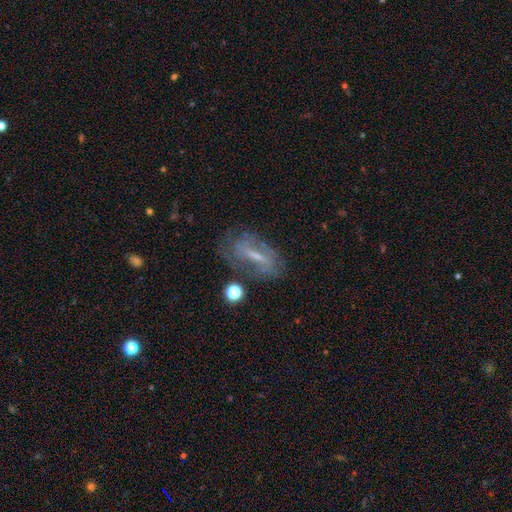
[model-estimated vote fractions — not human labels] Smooth or featured: featured or disk — 63% (smooth — 26%)
Edge-on disk: no — 84% (yes — 16%)
Bar: strong — 41% (weak — 39%)
Spiral arms: yes — 65% (no — 35%)
Bulge size: small — 46% (moderate — 28%)
Merging: none — 59% (minor disturbance — 21%)